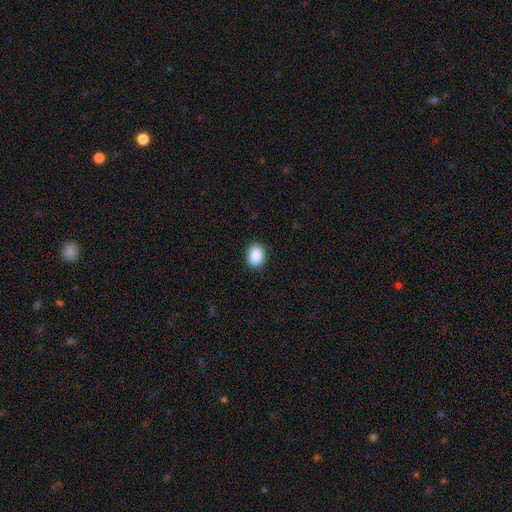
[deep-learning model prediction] Morphology: type=smooth (89%); roundness=in between (65%); merging=none (89%).